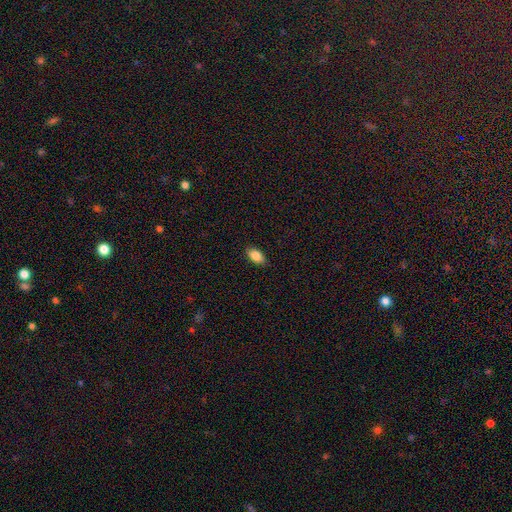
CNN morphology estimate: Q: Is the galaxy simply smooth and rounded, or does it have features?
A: smooth — 85%.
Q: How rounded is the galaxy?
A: in between — 91%.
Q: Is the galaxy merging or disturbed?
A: none — 88%.